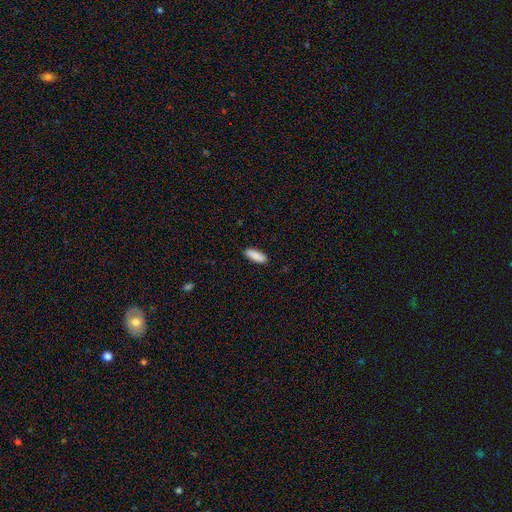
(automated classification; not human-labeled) Morphology: type=smooth (90%); roundness=in between (65%); merging=none (89%).